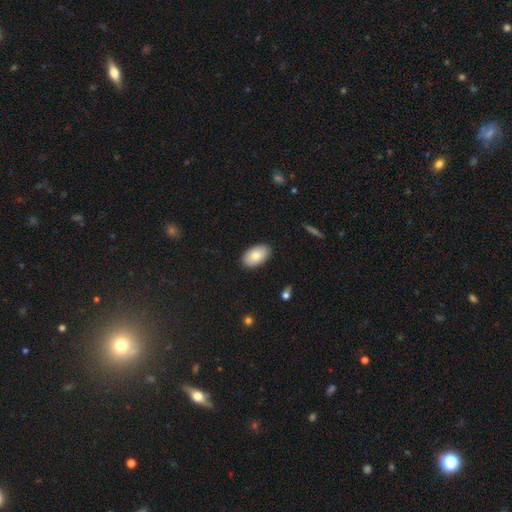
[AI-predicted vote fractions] Morphology: type=smooth (81%); roundness=in between (94%); merging=none (88%).